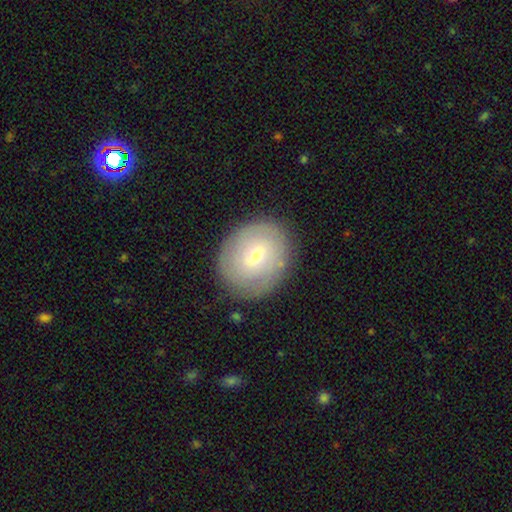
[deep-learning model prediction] Smooth or featured?
  - smooth: 48% *
  - featured or disk: 44%
  - star or artifact: 8%
Merging?
  - none: 82% *
  - minor disturbance: 12%
  - major disturbance: 4%
  - merger: 1%